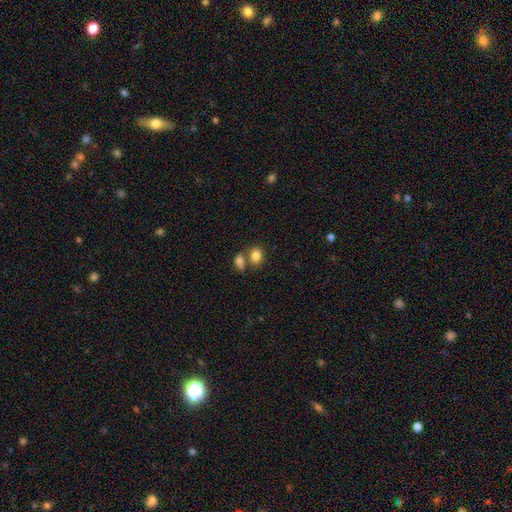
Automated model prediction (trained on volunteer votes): Smooth or featured: smooth — 83% (star or artifact — 10%)
How rounded: in between — 61% (round — 38%)
Merging: none — 51% (merger — 34%)